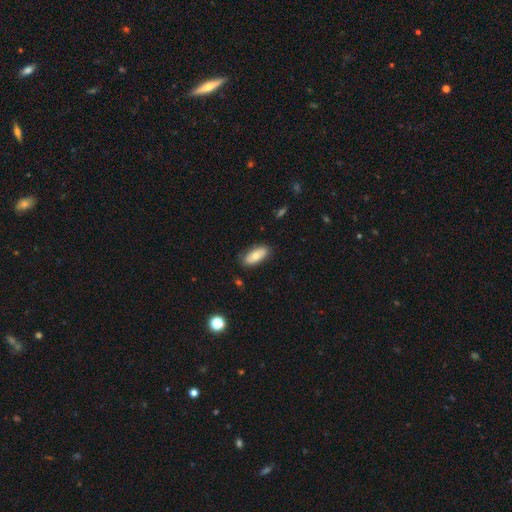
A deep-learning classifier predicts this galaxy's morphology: smooth 70%, featured or disk 23%, star or artifact 7%. Down the decision tree: how rounded — in between (85%); merging — none (81%).